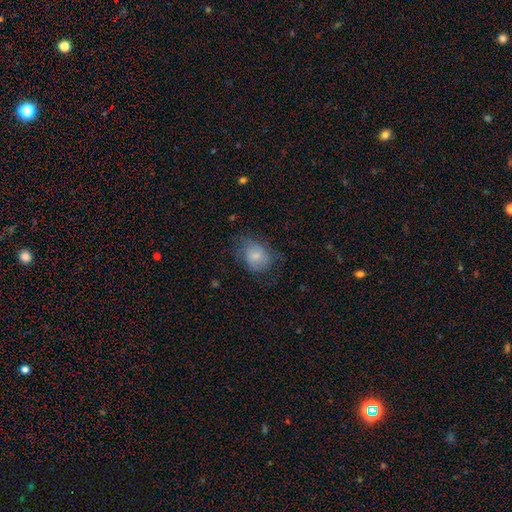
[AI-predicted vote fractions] smooth-or-featured: smooth: 67% | featured or disk: 24% | star or artifact: 9%
  how-rounded: in between: 51% | round: 48% | cigar-shaped: 1%
  merging: none: 52% | minor disturbance: 29% | major disturbance: 18% | merger: 1%